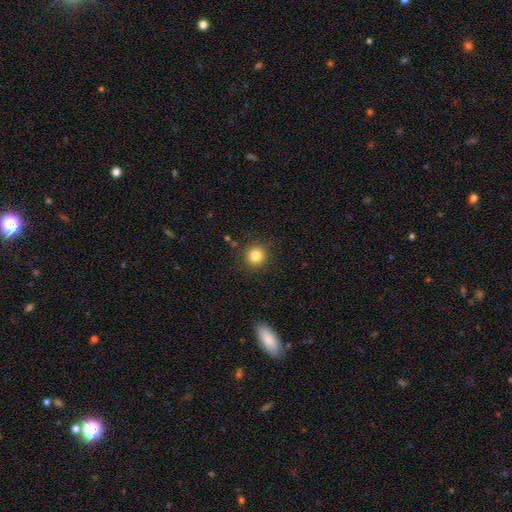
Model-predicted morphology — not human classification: Smooth or featured? Predicted: smooth (p=0.83). How rounded? Predicted: round (p=0.93). Merging? Predicted: none (p=0.88).